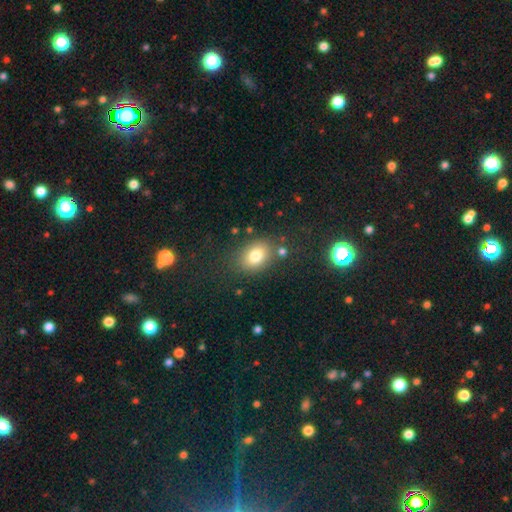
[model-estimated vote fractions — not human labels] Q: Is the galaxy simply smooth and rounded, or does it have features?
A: smooth — 79%.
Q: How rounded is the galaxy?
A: in between — 73%.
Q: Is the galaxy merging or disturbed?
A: none — 77%.